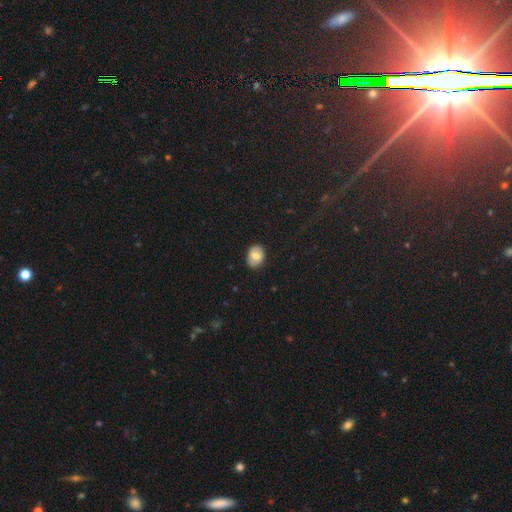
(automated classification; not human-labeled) Smooth or featured? smooth (72%)
How rounded? in between (69%)
Merging? none (83%)